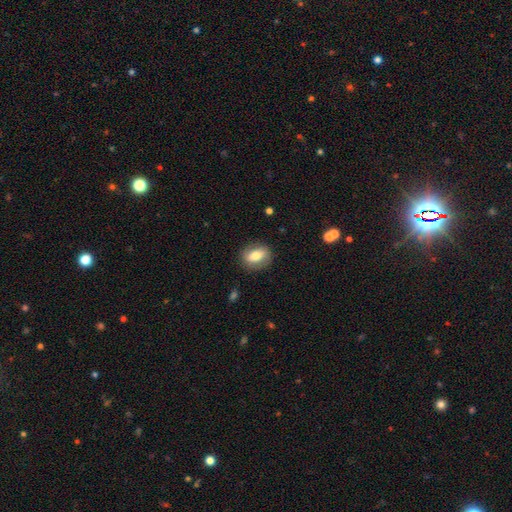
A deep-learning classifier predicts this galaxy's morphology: The model was most divided on "how rounded": in between: 66%, round: 31%, cigar-shaped: 3%. More confident: merging — none (84%); smooth or featured — smooth (66%).